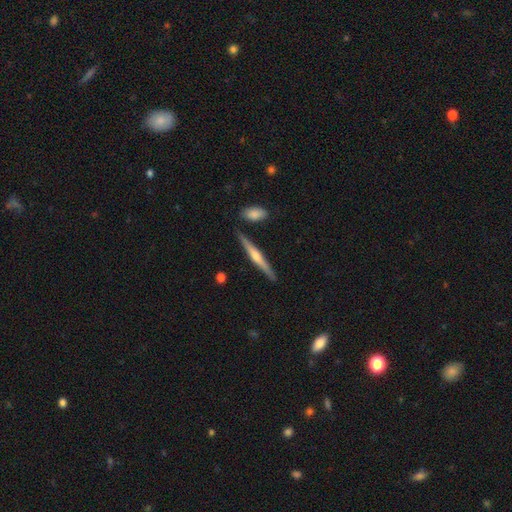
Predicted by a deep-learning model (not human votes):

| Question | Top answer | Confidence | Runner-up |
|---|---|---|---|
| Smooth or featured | featured or disk | 65% | smooth (29%) |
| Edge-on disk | yes | 97% | no (3%) |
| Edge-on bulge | rounded | 79% | none (14%) |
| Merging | none | 88% | minor disturbance (8%) |